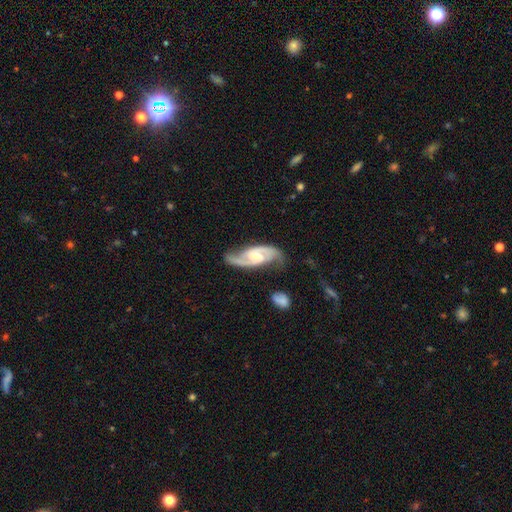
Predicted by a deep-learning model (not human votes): Smooth or featured: featured or disk — 90% (smooth — 6%)
Edge-on disk: no — 96% (yes — 4%)
Bar: weak — 49% (no — 27%)
Spiral arms: yes — 98% (no — 2%)
Spiral winding: medium — 56% (loose — 23%)
Spiral arm count: 2 — 93% (can't tell — 3%)
Bulge size: moderate — 43% (small — 38%)
Merging: none — 74% (minor disturbance — 16%)